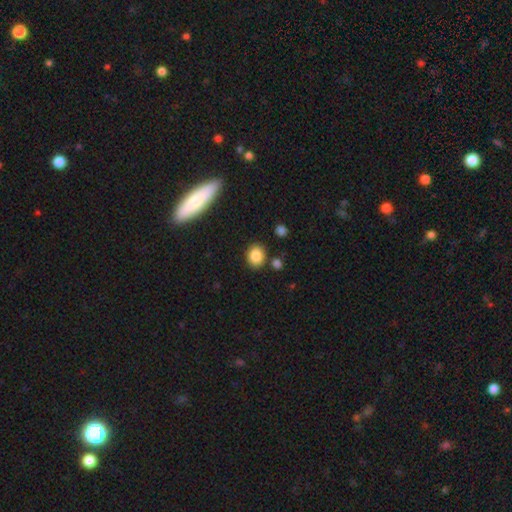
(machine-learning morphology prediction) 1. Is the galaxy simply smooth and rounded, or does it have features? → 85% smooth, 9% star or artifact, 6% featured or disk.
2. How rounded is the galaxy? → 53% round, 46% in between, 1% cigar-shaped.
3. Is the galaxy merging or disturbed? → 83% none, 9% minor disturbance, 5% merger, 3% major disturbance.